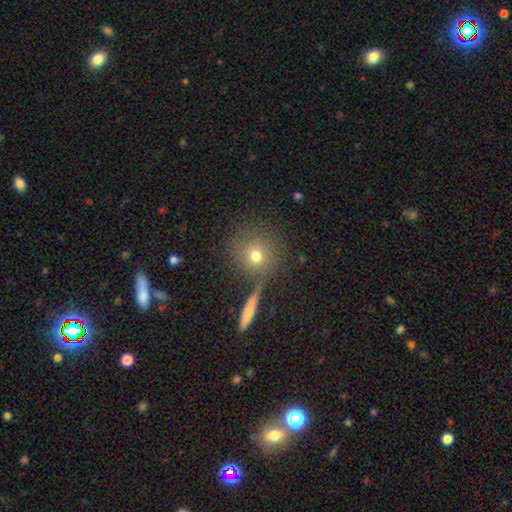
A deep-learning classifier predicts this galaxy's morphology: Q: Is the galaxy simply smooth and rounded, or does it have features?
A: smooth — 72%.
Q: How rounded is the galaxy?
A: round — 89%.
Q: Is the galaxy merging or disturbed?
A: none — 77%.